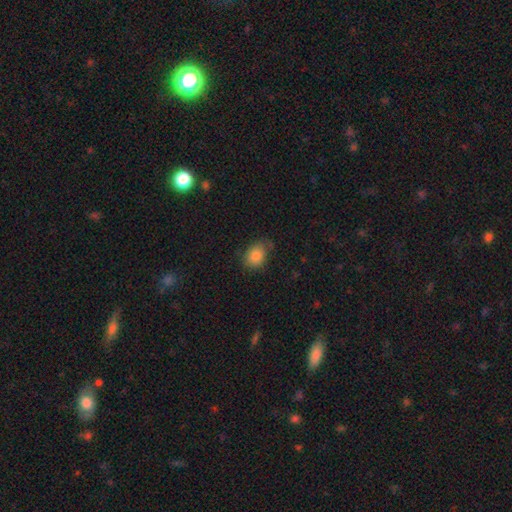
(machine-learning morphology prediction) Overall: smooth (83%). How rounded: in between (61%; round 38%). Merging: none (67%).